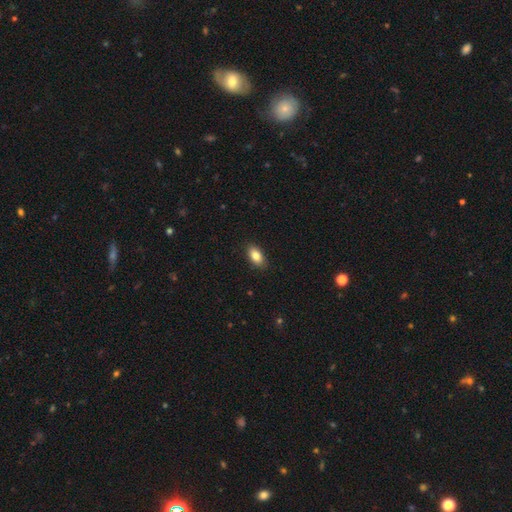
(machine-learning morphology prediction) smooth 85%, featured or disk 8%, star or artifact 8%. Down the decision tree: how rounded — in between (91%); merging — none (88%).